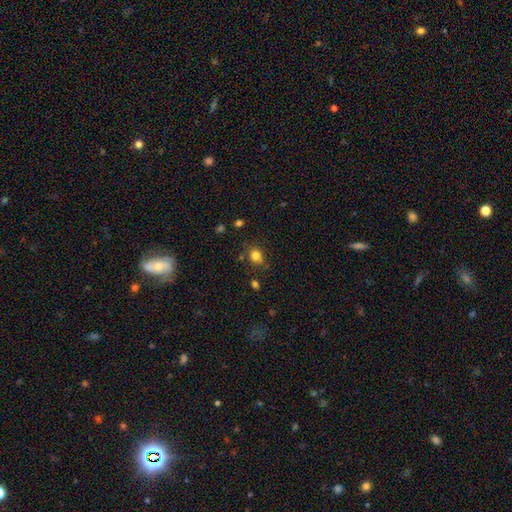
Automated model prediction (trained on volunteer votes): Smooth or featured?
  - smooth: 81% *
  - star or artifact: 13%
  - featured or disk: 6%
How rounded?
  - round: 64% *
  - in between: 35%
  - cigar-shaped: 1%
Merging?
  - none: 78% *
  - minor disturbance: 14%
  - merger: 4%
  - major disturbance: 4%